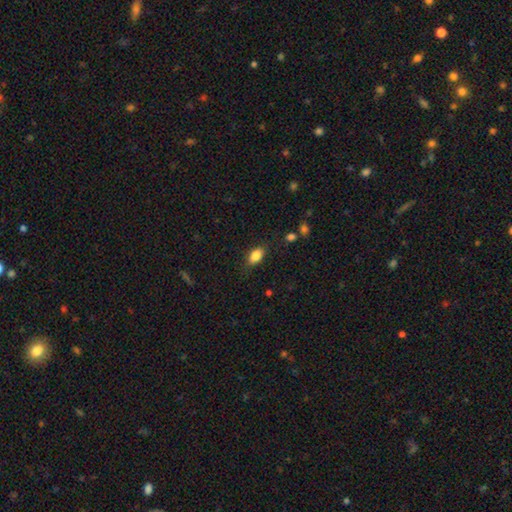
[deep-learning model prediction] smooth-or-featured: smooth: 85% | star or artifact: 8% | featured or disk: 7%
  how-rounded: in between: 87% | round: 8% | cigar-shaped: 5%
  merging: none: 80% | minor disturbance: 14% | major disturbance: 4% | merger: 1%